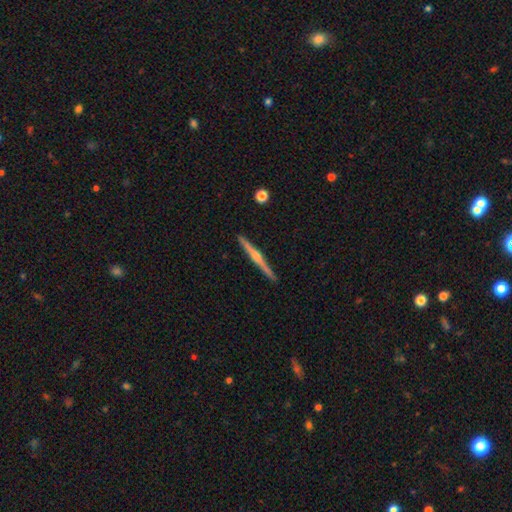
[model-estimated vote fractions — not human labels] Overall: featured or disk (76%). Edge-on disk: yes (98%). Edge-on bulge: rounded (80%). Merging: none (92%).